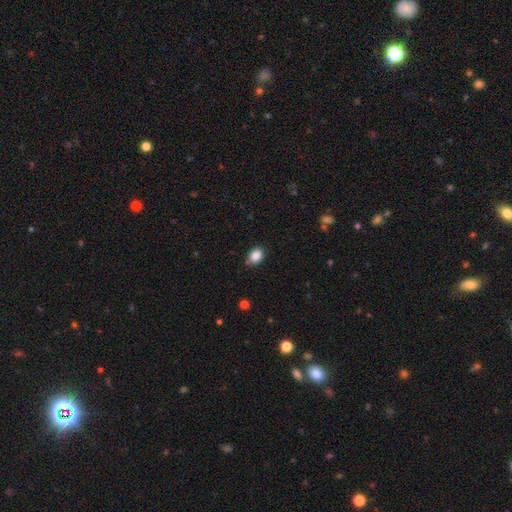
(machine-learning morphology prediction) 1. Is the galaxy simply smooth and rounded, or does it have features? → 87% smooth, 10% star or artifact, 4% featured or disk.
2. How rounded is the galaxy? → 58% in between, 41% round, 1% cigar-shaped.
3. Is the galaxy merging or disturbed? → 78% none, 15% minor disturbance, 3% merger, 3% major disturbance.